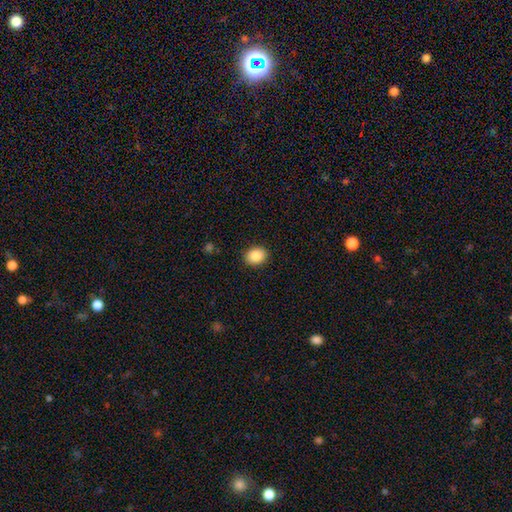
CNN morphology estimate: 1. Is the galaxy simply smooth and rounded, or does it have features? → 88% smooth, 8% star or artifact, 4% featured or disk.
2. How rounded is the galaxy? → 55% round, 44% in between, 1% cigar-shaped.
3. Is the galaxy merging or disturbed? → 90% none, 7% minor disturbance, 2% major disturbance, 1% merger.